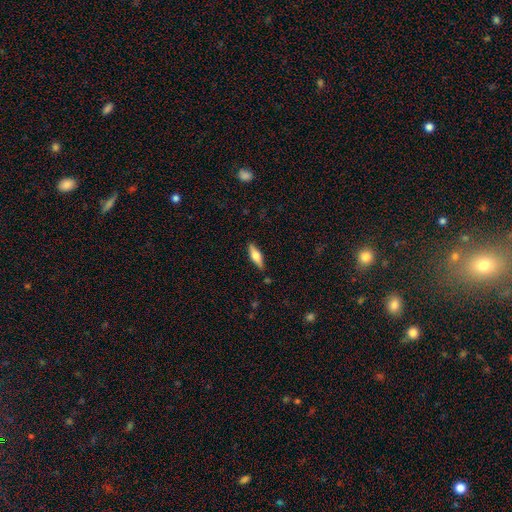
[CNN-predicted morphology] smooth_or_featured: smooth (p=0.55) [alt: featured or disk p=0.39]
how_rounded: cigar-shaped (p=0.51) [alt: in between p=0.46]
merging: none (p=0.86) [alt: minor disturbance p=0.11]